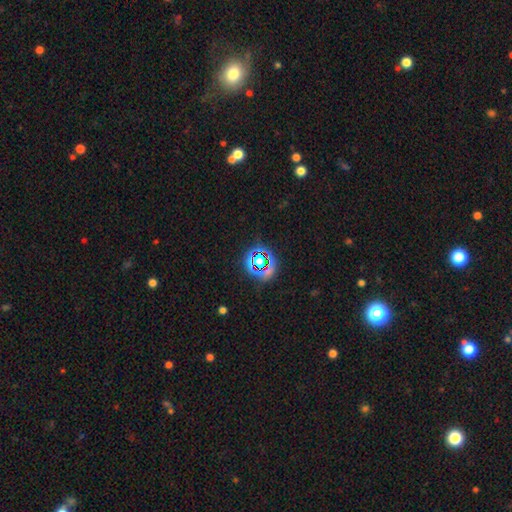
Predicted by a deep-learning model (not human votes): Smooth or featured? Predicted: star or artifact (p=0.67).